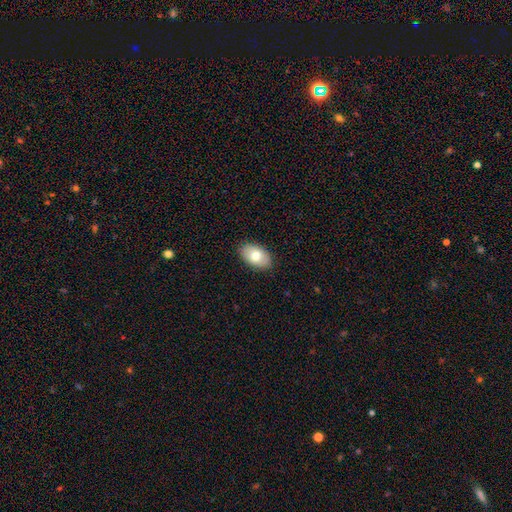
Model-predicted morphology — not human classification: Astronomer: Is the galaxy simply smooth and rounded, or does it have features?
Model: smooth — 76%.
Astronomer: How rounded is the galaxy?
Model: in between — 93%.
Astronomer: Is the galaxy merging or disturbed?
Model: none — 89%.